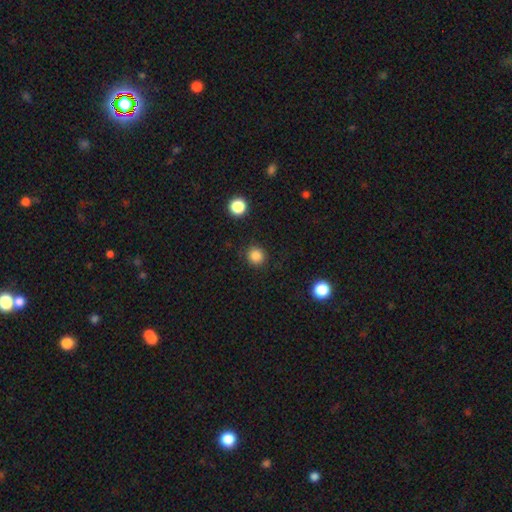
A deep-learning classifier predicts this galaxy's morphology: The model was most divided on "smooth or featured": smooth: 85%, star or artifact: 12%, featured or disk: 3%. More confident: how rounded — round (93%); merging — none (89%).